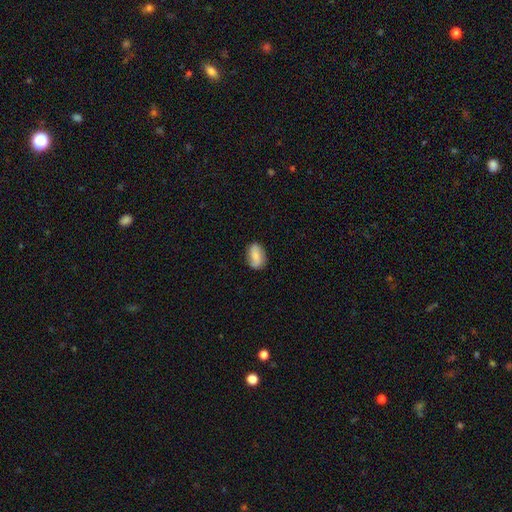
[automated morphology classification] smooth-or-featured: smooth: 65% | featured or disk: 27% | star or artifact: 8%
  how-rounded: in between: 87% | round: 10% | cigar-shaped: 3%
  merging: none: 79% | minor disturbance: 16% | major disturbance: 4% | merger: 1%